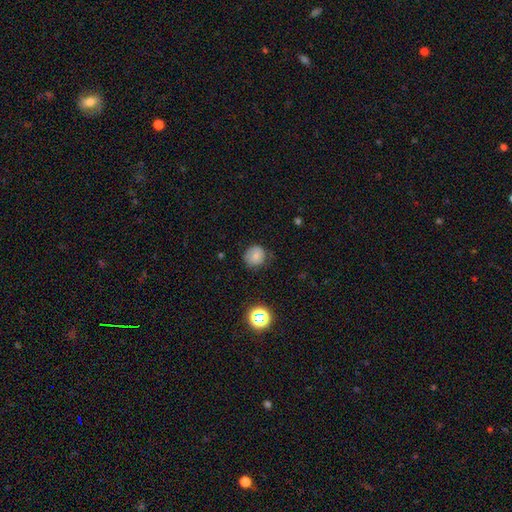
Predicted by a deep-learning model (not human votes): This is likely a smooth galaxy (75%). How rounded: clearly round (89%). Merging: likely none (74%).